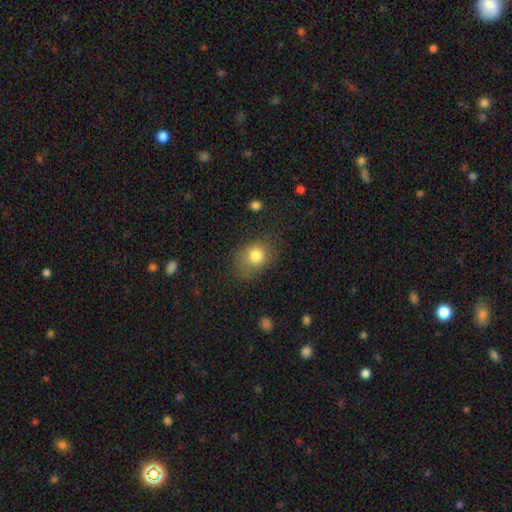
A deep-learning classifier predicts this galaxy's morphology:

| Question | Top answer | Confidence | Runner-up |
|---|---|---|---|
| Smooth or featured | smooth | 79% | star or artifact (11%) |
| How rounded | round | 54% | in between (45%) |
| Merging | none | 70% | minor disturbance (20%) |